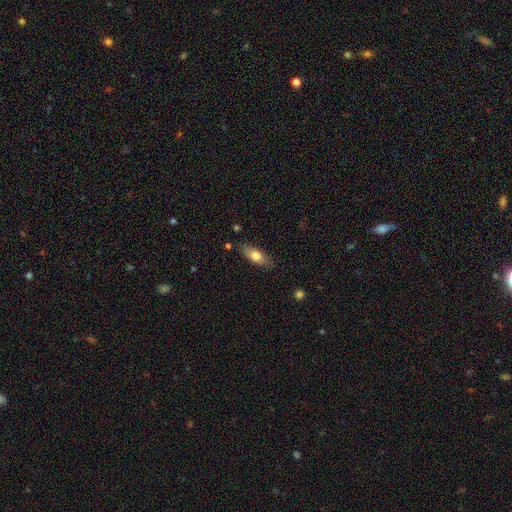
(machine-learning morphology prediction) The model was most divided on "smooth or featured": smooth: 67%, featured or disk: 27%, star or artifact: 6%. More confident: merging — none (82%); how rounded — in between (71%).